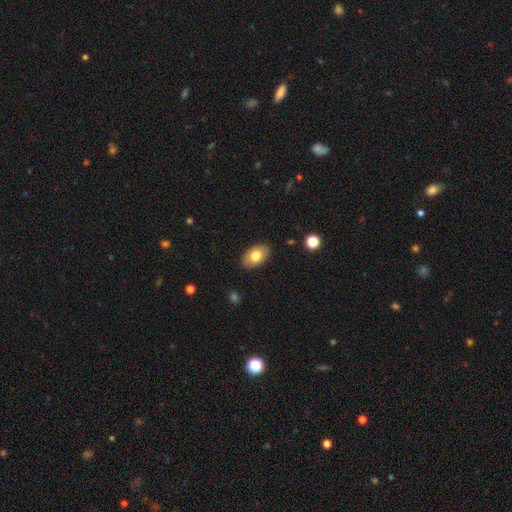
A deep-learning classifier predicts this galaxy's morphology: smooth 74%, featured or disk 20%, star or artifact 7%. Down the decision tree: how rounded — in between (91%); merging — none (86%).